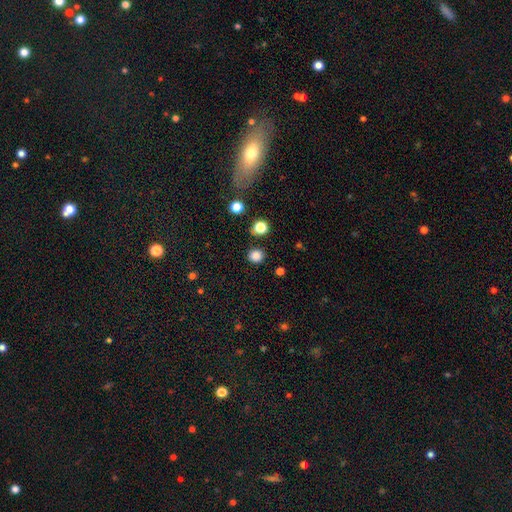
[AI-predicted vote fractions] Q: Smooth or featured?
A: smooth (83%); runner-up: star or artifact (13%)
Q: How rounded?
A: round (88%); runner-up: in between (11%)
Q: Merging?
A: none (88%); runner-up: minor disturbance (7%)